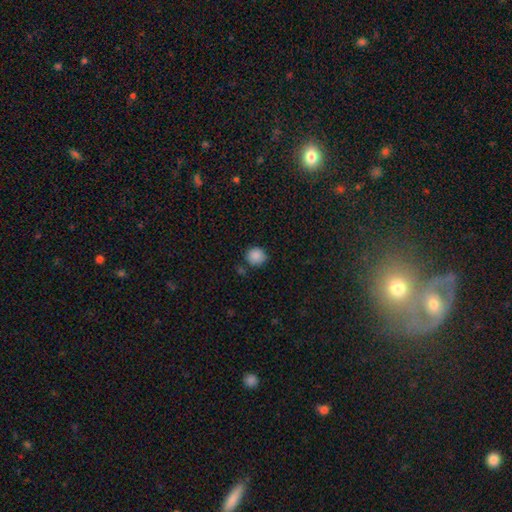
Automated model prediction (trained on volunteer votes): The model was most divided on "merging": none: 78%, minor disturbance: 13%, merger: 6%, major disturbance: 3%. More confident: how rounded — round (89%); smooth or featured — smooth (87%).